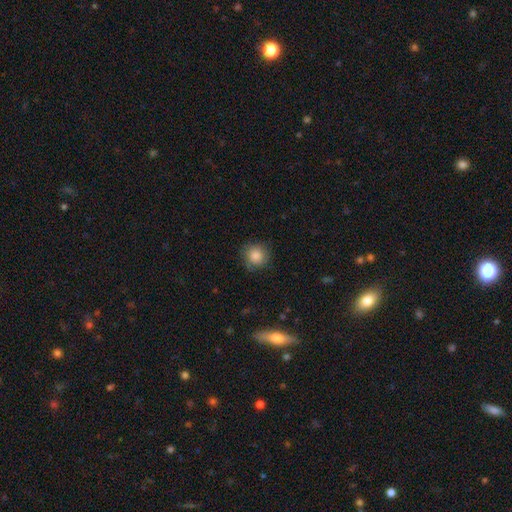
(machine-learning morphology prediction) smooth_or_featured: smooth (p=0.84) [alt: star or artifact p=0.09]
how_rounded: round (p=0.90) [alt: in between p=0.09]
merging: none (p=0.81) [alt: minor disturbance p=0.15]